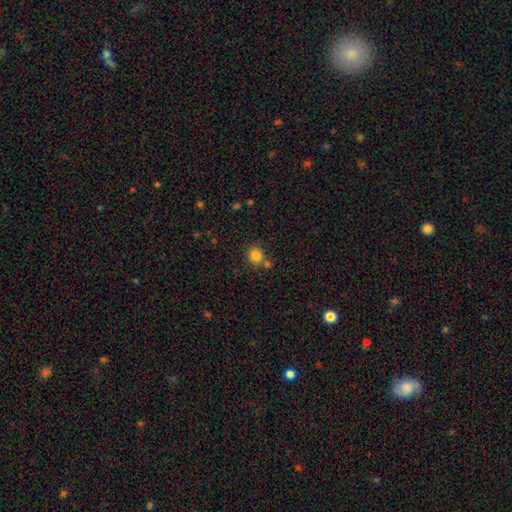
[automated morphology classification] A smooth galaxy with no disk features (82%) that is round (86%). Merging: none (68%).